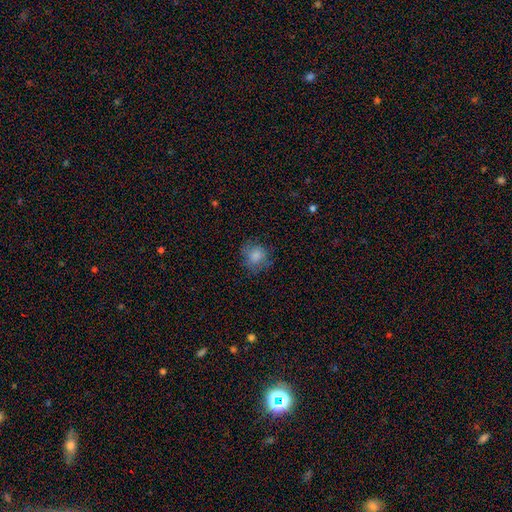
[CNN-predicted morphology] Smooth or featured? smooth (81%)
How rounded? round (84%)
Merging? none (74%)